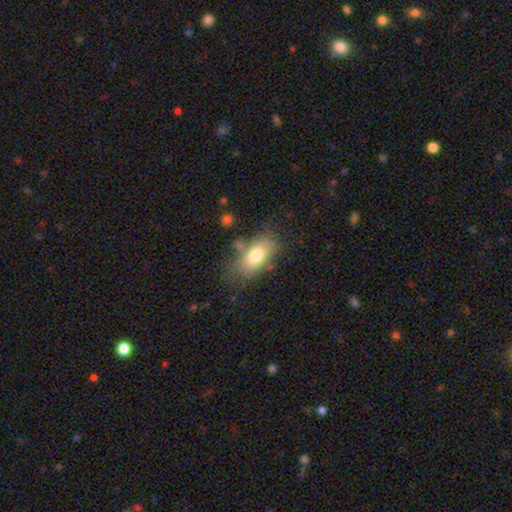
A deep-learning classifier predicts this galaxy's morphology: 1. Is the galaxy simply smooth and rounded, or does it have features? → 75% smooth, 18% featured or disk, 8% star or artifact.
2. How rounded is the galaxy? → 88% in between, 6% cigar-shaped, 6% round.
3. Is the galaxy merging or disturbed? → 67% none, 19% minor disturbance, 7% major disturbance, 6% merger.